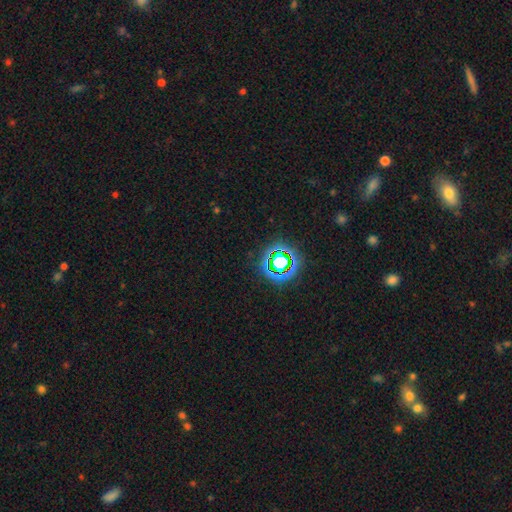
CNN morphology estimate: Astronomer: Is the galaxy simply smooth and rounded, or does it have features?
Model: star or artifact — 72%.